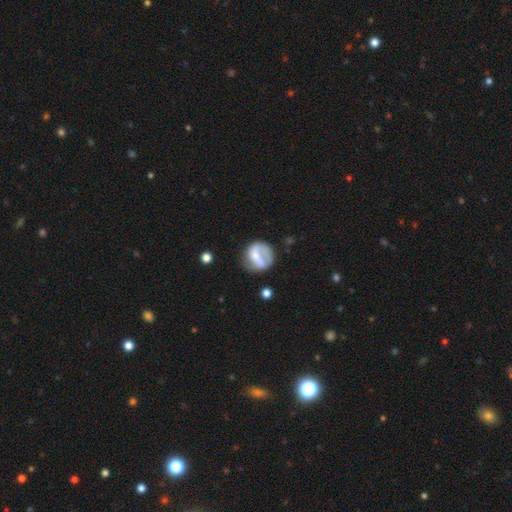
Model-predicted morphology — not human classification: Smooth or featured: featured or disk — 56% (smooth — 37%)
Edge-on disk: no — 97% (yes — 3%)
Bar: weak — 40% (strong — 31%)
Spiral arms: yes — 66% (no — 34%)
Bulge size: small — 45% (moderate — 33%)
Merging: none — 58% (minor disturbance — 23%)